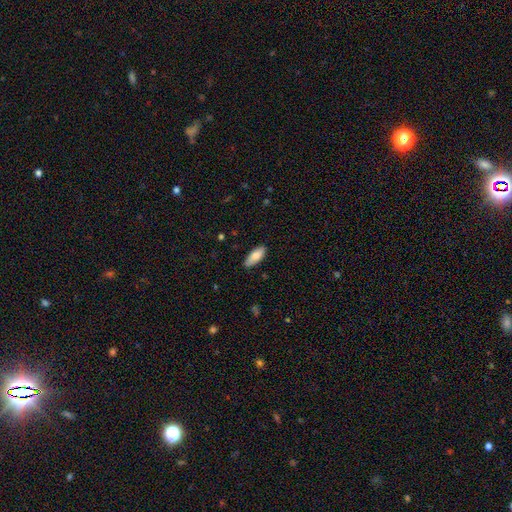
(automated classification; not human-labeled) Smooth or featured: smooth — 84% (featured or disk — 10%)
How rounded: in between — 81% (cigar-shaped — 17%)
Merging: none — 83% (minor disturbance — 13%)